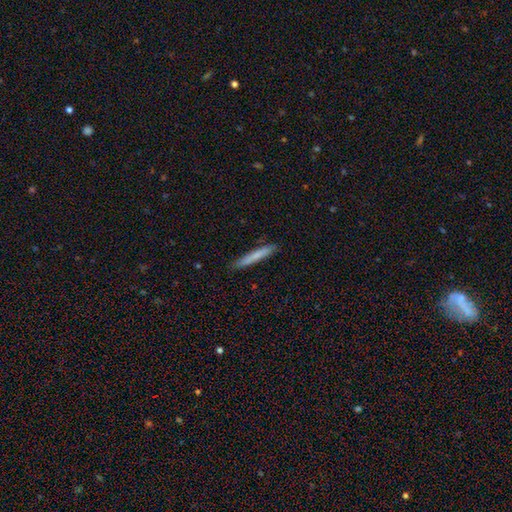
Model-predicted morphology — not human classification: Overall: smooth (71%). How rounded: cigar-shaped (96%). Merging: none (88%).